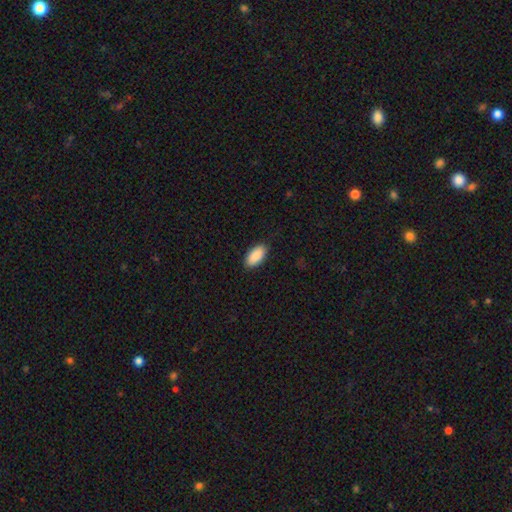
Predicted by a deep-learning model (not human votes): This appears to be a smooth galaxy with no disk features (91%) that is in between round and cigar-shaped (94%). Merging: none (88%).